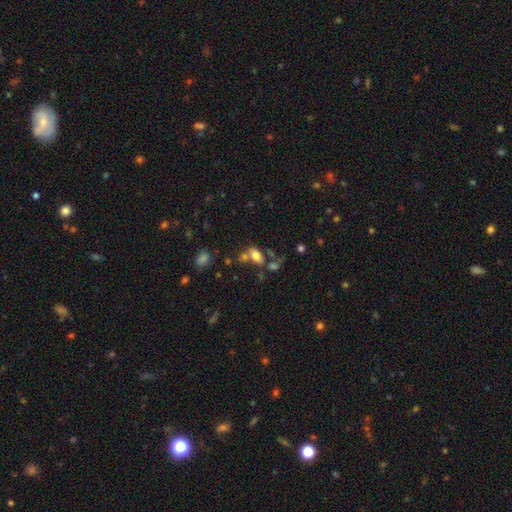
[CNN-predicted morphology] The model was most divided on "merging": none: 51%, merger: 27%, minor disturbance: 14%, major disturbance: 7%. More confident: how rounded — in between (88%); smooth or featured — smooth (75%).